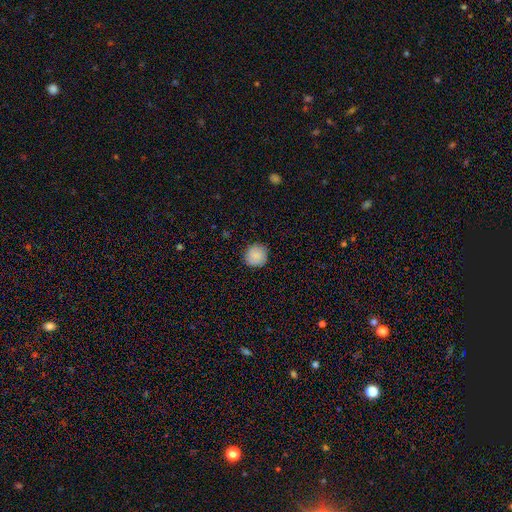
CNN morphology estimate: This appears to be a smooth galaxy with no disk features (88%) that is round (94%). Merging: none (89%).